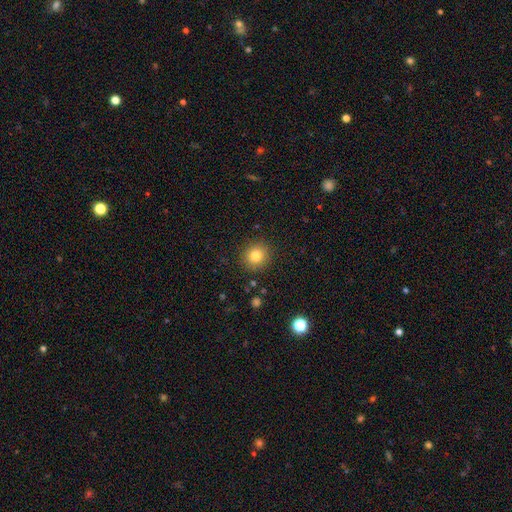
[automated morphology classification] smooth-or-featured: smooth: 81% | star or artifact: 12% | featured or disk: 8%
  how-rounded: round: 90% | in between: 9% | cigar-shaped: 1%
  merging: none: 89% | minor disturbance: 7% | major disturbance: 2% | merger: 1%